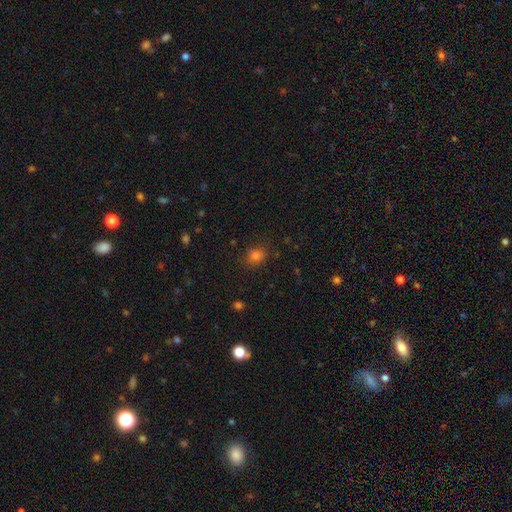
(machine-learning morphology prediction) type=smooth (78%); roundness=round (60%); merging=none (79%).